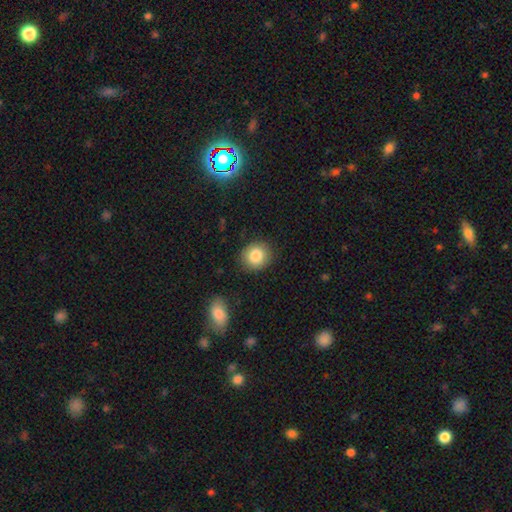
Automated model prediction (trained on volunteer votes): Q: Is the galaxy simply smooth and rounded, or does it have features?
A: smooth — 84%.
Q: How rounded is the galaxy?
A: round — 77%.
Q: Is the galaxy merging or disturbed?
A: none — 88%.